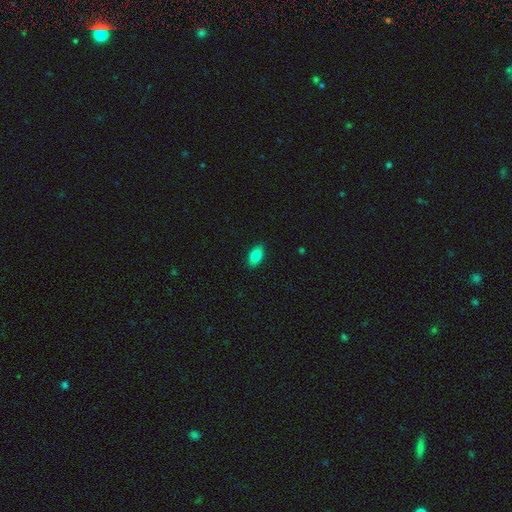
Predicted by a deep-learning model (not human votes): The model was most divided on "smooth or featured": smooth: 83%, featured or disk: 9%, star or artifact: 8%. More confident: how rounded — in between (91%); merging — none (89%).